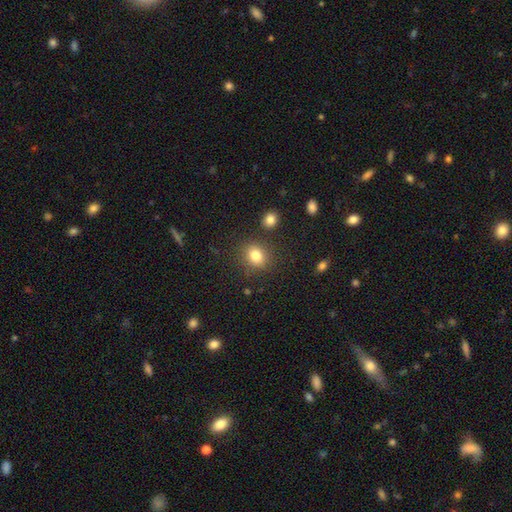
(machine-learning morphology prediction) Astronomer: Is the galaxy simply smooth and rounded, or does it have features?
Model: smooth — 83%.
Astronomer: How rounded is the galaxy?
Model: round — 59% (runner-up: in between, 40%).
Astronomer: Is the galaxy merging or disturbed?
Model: none — 83%.